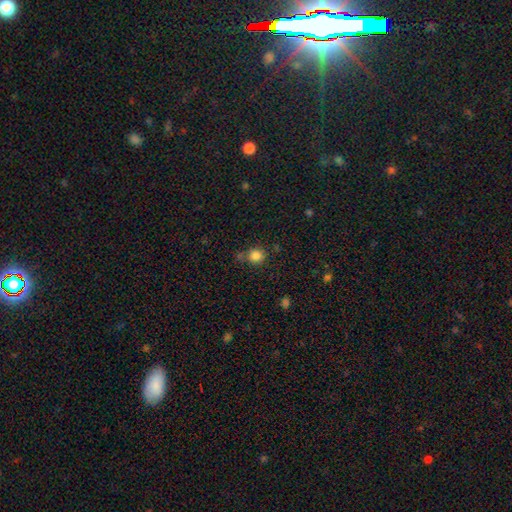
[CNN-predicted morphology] The model was most divided on "merging": none: 69%, minor disturbance: 15%, merger: 11%, major disturbance: 5%. More confident: how rounded — round (87%); smooth or featured — smooth (84%).